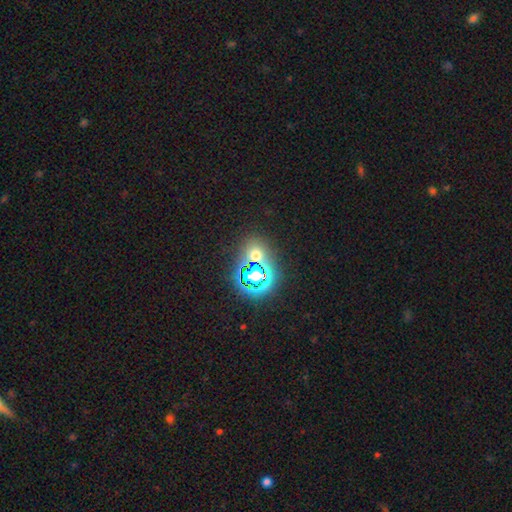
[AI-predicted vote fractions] smooth_or_featured: star or artifact (p=0.50) [alt: smooth p=0.42]